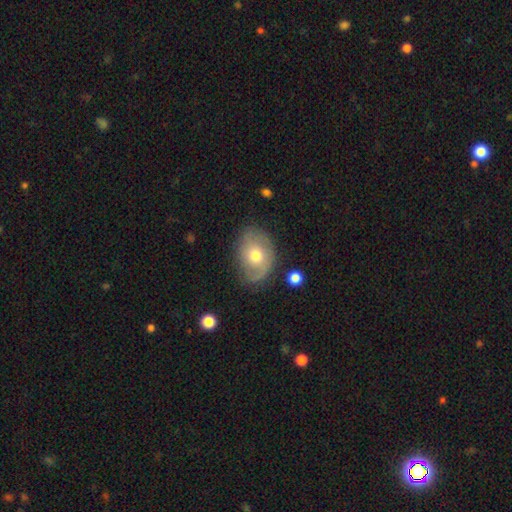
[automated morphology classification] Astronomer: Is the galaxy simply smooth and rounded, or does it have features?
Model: smooth — 50% (runner-up: featured or disk, 42%).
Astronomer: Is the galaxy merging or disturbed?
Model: none — 68%.